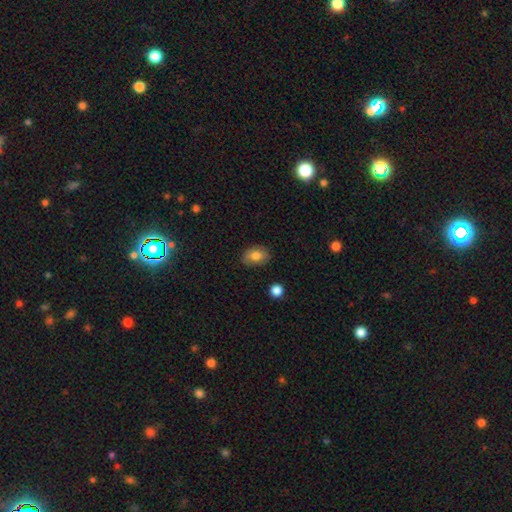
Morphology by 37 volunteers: smooth_or_featured: smooth (p=0.84) [alt: featured or disk p=0.14]
how_rounded: in between (p=0.90) [alt: round p=0.10]
merging: none (p=0.92) [alt: minor disturbance p=0.06]